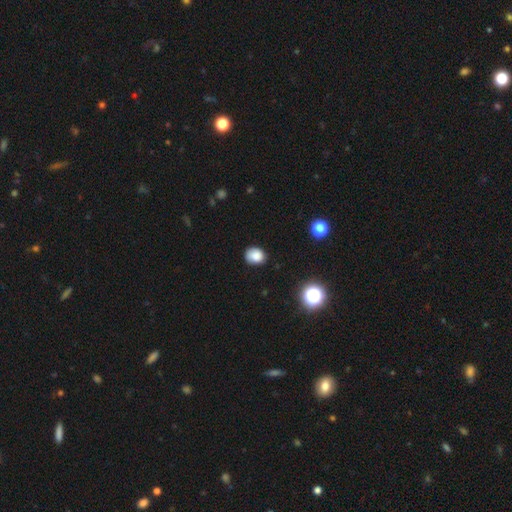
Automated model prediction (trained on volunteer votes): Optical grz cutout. It shows a smooth galaxy with no disk features (83%) that is in between round and cigar-shaped (50%). Merging: none (73%).